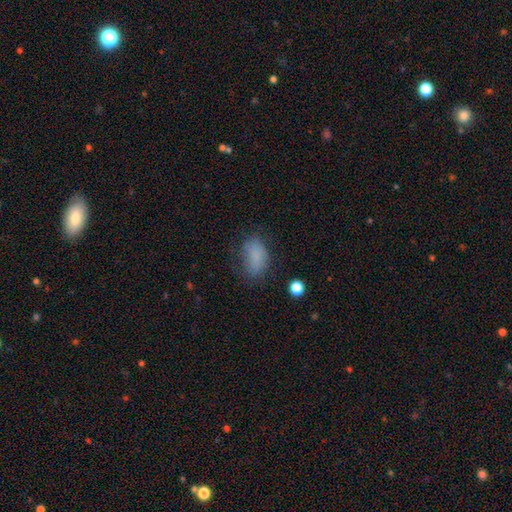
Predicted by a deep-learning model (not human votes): This is likely a smooth galaxy (80%). How rounded: clearly in between (87%). Merging: likely none (61%).